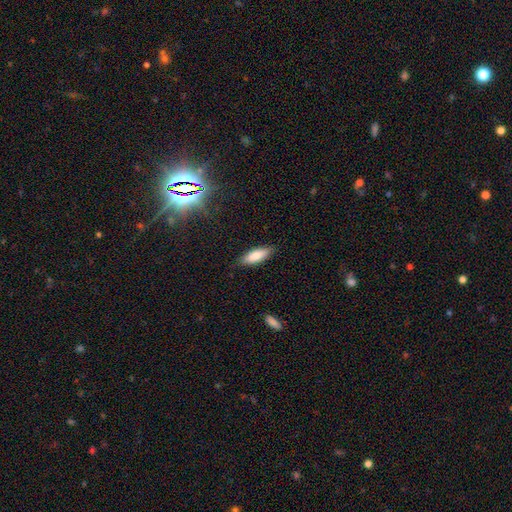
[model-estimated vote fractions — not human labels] This is clearly a smooth galaxy (82%). How rounded: possibly in between (60%). Merging: clearly none (84%).